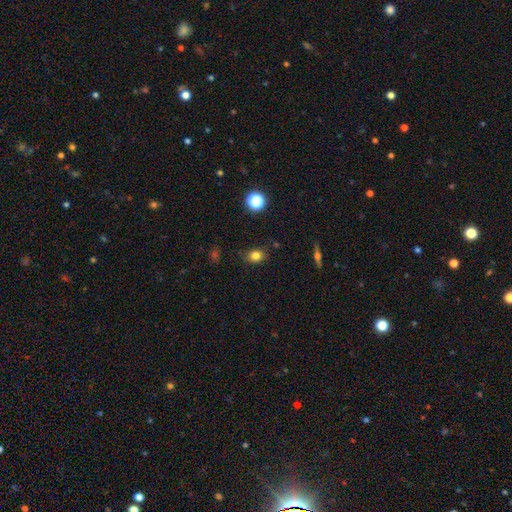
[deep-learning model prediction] A smooth galaxy with no disk features (80%) that is in between round and cigar-shaped (51%).

Vote fractions:
- Smooth or featured? smooth: 80% / star or artifact: 13% / featured or disk: 7%
- How rounded? in between: 51% / round: 48% / cigar-shaped: 1%
- Merging? none: 80% / minor disturbance: 15% / major disturbance: 3% / merger: 2%